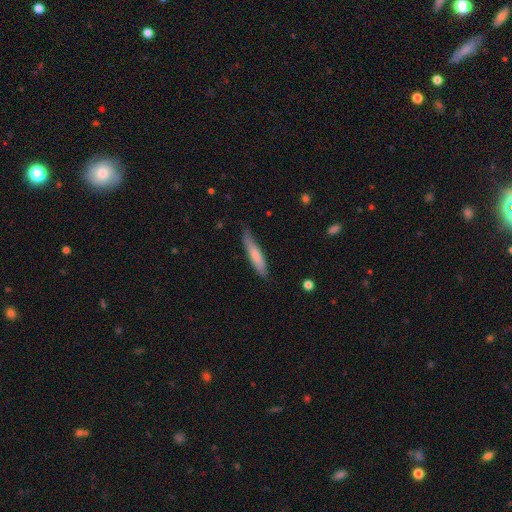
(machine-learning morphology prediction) Overall: smooth (70%). How rounded: cigar-shaped (87%). Merging: none (79%).